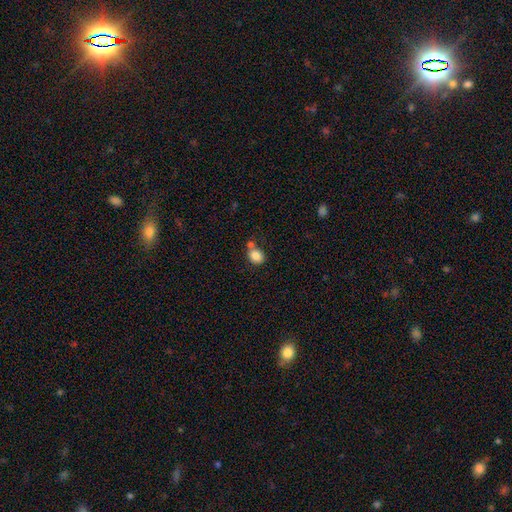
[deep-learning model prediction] smooth_or_featured: smooth (p=0.85) [alt: star or artifact p=0.09]
how_rounded: round (p=0.55) [alt: in between p=0.44]
merging: none (p=0.54) [alt: merger p=0.26]